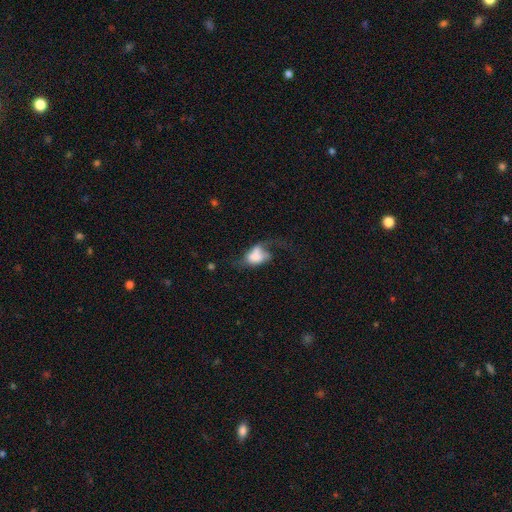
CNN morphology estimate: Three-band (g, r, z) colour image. It shows a smooth galaxy with no disk features (57%) that is in between round and cigar-shaped (83%). Merging: major disturbance (46%).